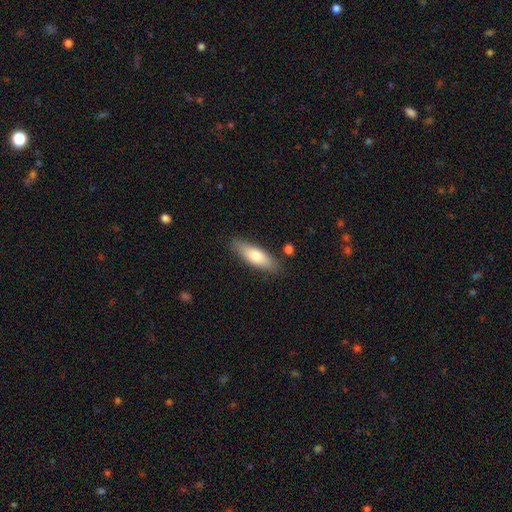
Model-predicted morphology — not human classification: smooth 73%, featured or disk 21%, star or artifact 6%. Down the decision tree: how rounded — cigar-shaped (49%, tied with in between); merging — none (85%).